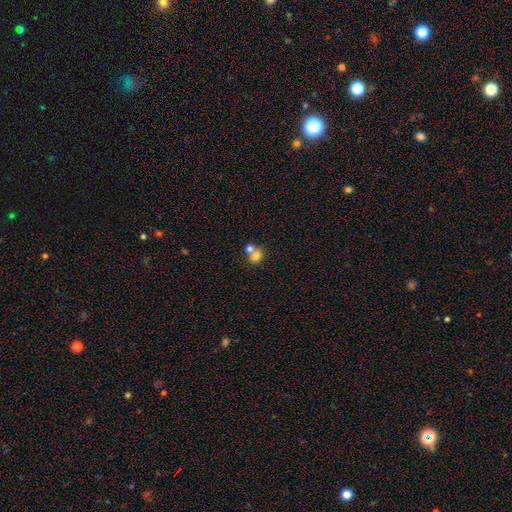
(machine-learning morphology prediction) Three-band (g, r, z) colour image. It shows a smooth galaxy with no disk features (77%) that is round (75%). Merging: merger (51%).